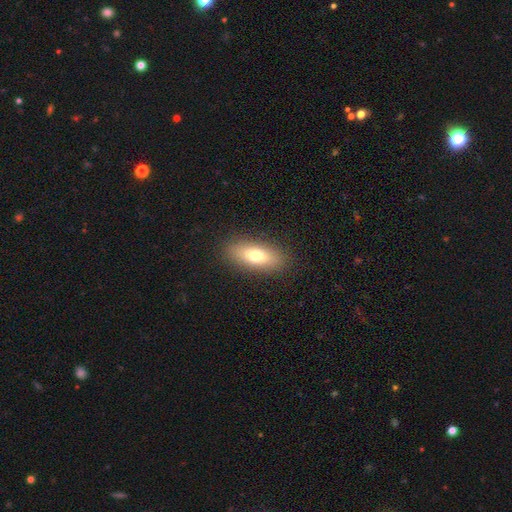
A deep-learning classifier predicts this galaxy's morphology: type=smooth (73%); roundness=in between (73%); merging=none (88%).